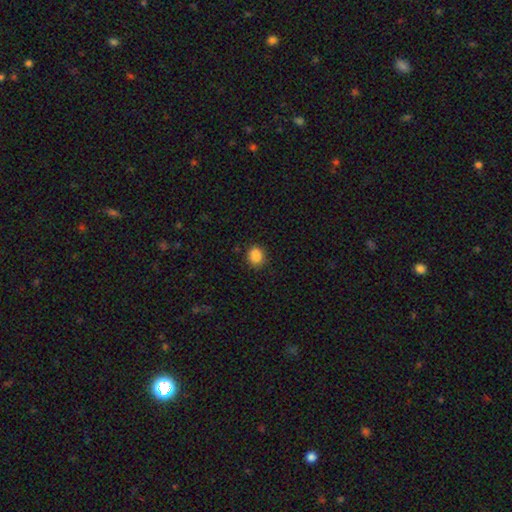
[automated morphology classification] smooth-or-featured: smooth: 86% | star or artifact: 10% | featured or disk: 4%
  how-rounded: round: 71% | in between: 28% | cigar-shaped: 1%
  merging: none: 81% | minor disturbance: 12% | merger: 3% | major disturbance: 3%